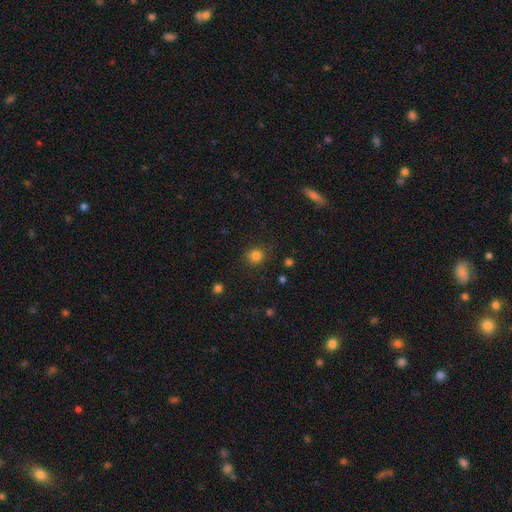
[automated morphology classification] This appears to be a smooth galaxy with no disk features (82%) that is round (89%). Merging: none (84%).